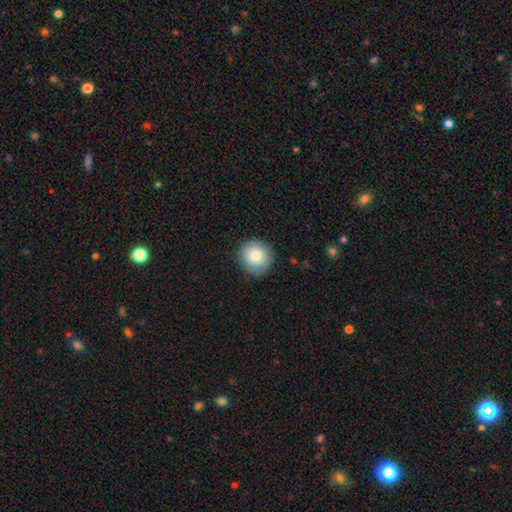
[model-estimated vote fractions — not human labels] Smooth or featured? Predicted: smooth (p=0.80). How rounded? Predicted: round (p=0.91). Merging? Predicted: none (p=0.85).